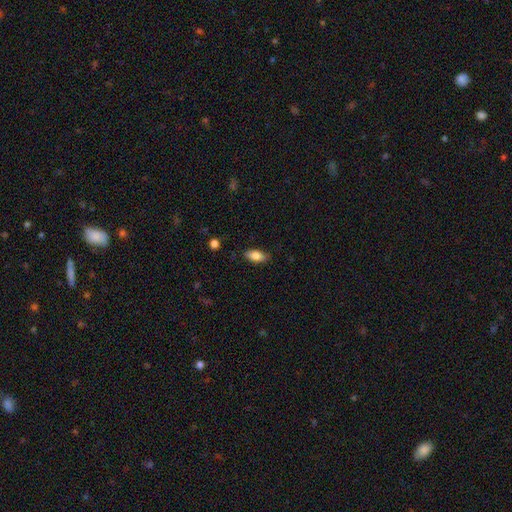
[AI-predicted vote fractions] A smooth galaxy with no disk features (83%) that is in between round and cigar-shaped (87%).

Vote fractions:
- Smooth or featured? smooth: 83% / featured or disk: 10% / star or artifact: 7%
- How rounded? in between: 87% / cigar-shaped: 10% / round: 3%
- Merging? none: 84% / minor disturbance: 12% / major disturbance: 3% / merger: 1%